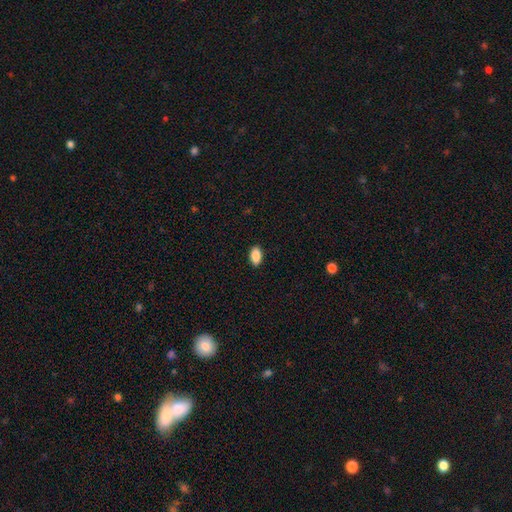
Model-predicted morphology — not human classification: Overall: smooth (89%). How rounded: in between (93%). Merging: none (89%).